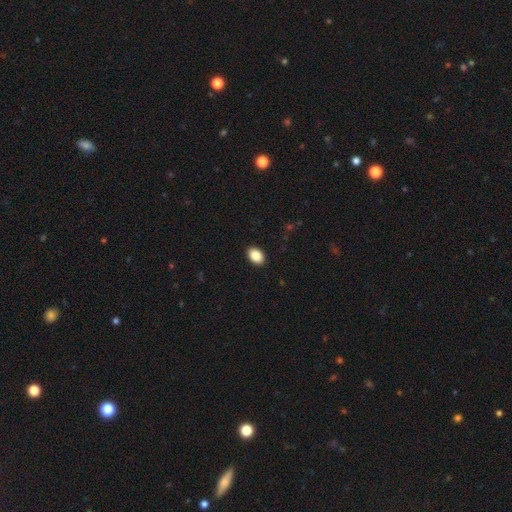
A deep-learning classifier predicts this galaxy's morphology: A smooth galaxy with no disk features (87%) that is in between round and cigar-shaped (83%). Merging: none (91%).